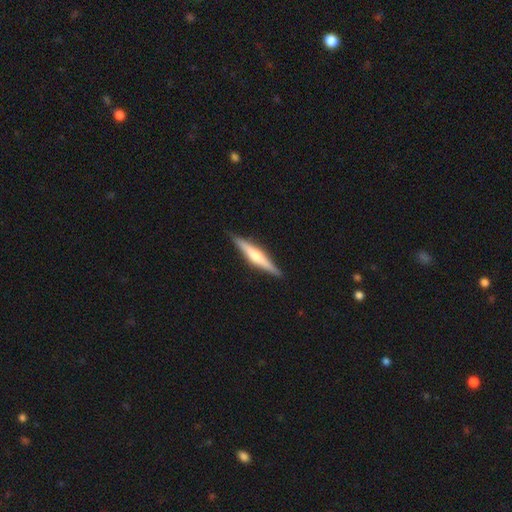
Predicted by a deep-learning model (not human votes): This appears to be a featured or disk galaxy (63%) viewed edge-on (97%) with a rounded central bulge (78%). Merging: none (90%).